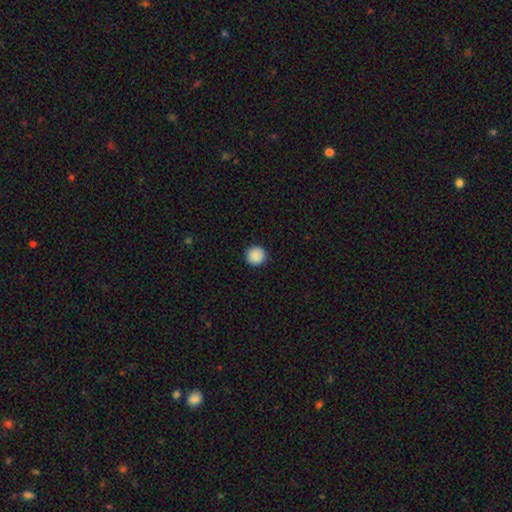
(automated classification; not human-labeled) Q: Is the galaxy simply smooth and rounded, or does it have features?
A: smooth — 89%.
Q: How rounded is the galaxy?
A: round — 96%.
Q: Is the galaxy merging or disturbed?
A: none — 93%.